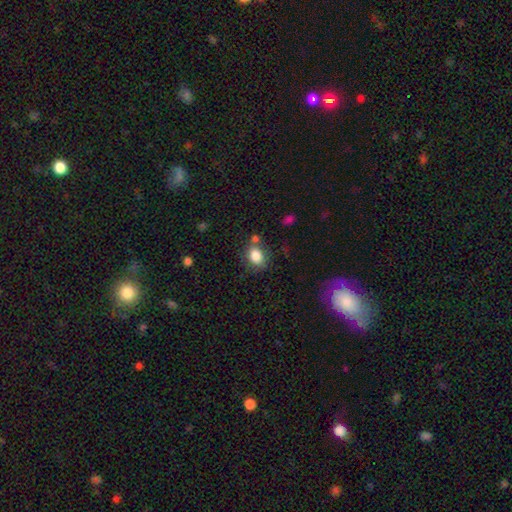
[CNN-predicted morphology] type=smooth (84%); roundness=in between (61%); merging=none (65%).